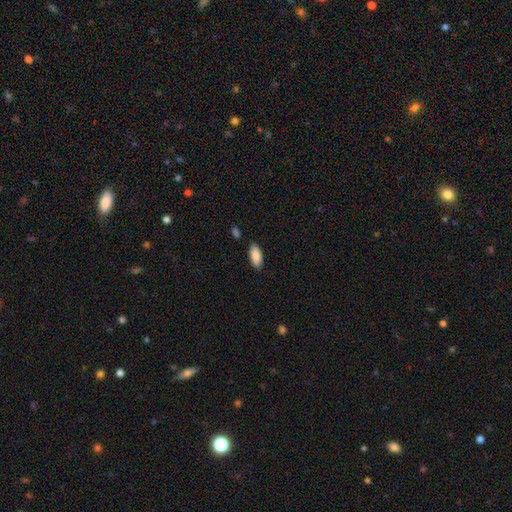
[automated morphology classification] Smooth or featured? smooth (88%)
How rounded? in between (85%)
Merging? none (84%)